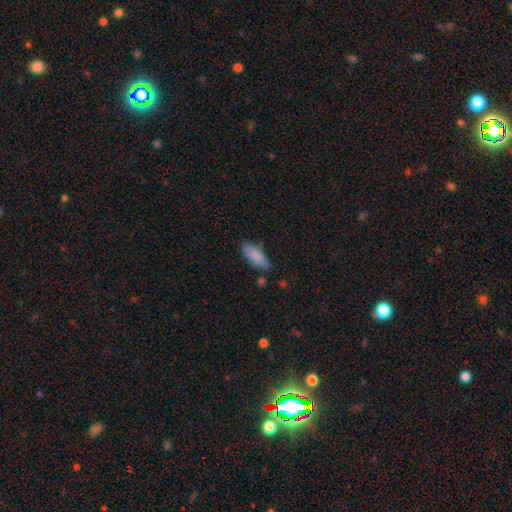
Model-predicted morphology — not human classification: smooth_or_featured: smooth (p=0.85) [alt: featured or disk p=0.09]
how_rounded: in between (p=0.76) [alt: cigar-shaped p=0.22]
merging: none (p=0.69) [alt: minor disturbance p=0.23]